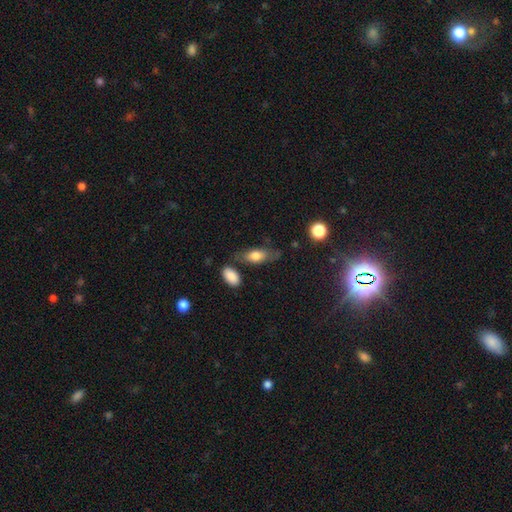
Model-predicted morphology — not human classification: Overall: smooth (74%). How rounded: in between (81%). Merging: none (58%; minor disturbance 26%).